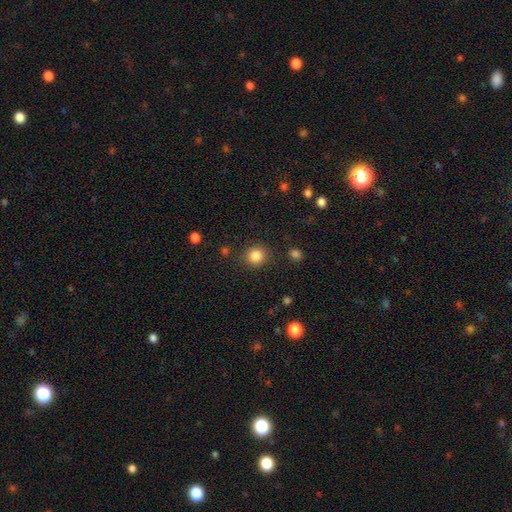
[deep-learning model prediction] smooth-or-featured: smooth: 85% | star or artifact: 11% | featured or disk: 4%
  how-rounded: round: 90% | in between: 10% | cigar-shaped: 1%
  merging: none: 88% | minor disturbance: 7% | major disturbance: 3% | merger: 2%